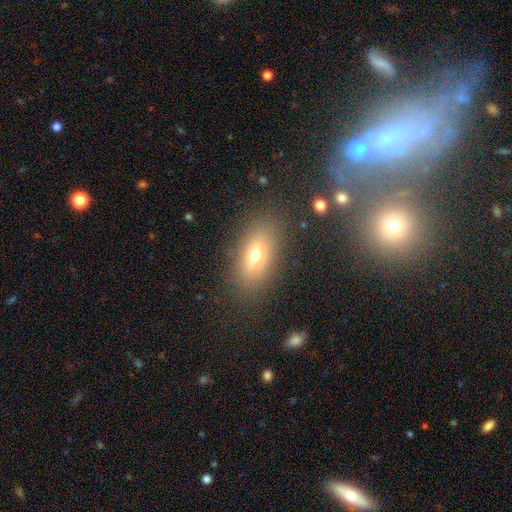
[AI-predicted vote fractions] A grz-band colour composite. It shows a smooth galaxy with no disk features (64%) that is in between round and cigar-shaped (80%). Merging: none (82%).